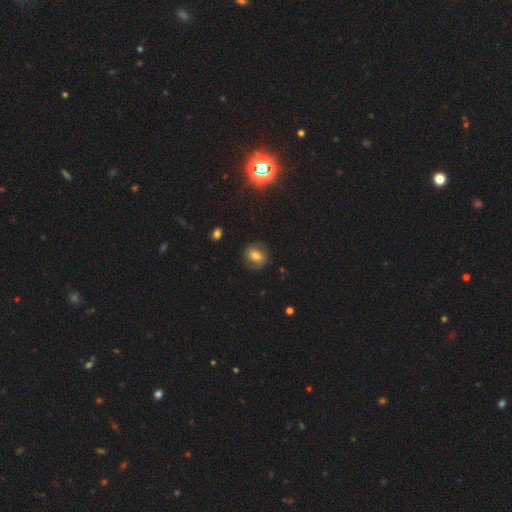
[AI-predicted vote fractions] Morphology: type=smooth (58%); roundness=round (61%); merging=none (80%).